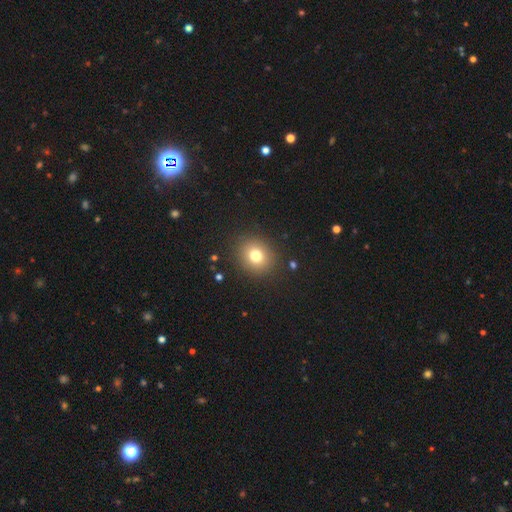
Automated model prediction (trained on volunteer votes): Smooth or featured: smooth — 76% (star or artifact — 14%)
How rounded: round — 79% (in between — 20%)
Merging: none — 90% (minor disturbance — 6%)